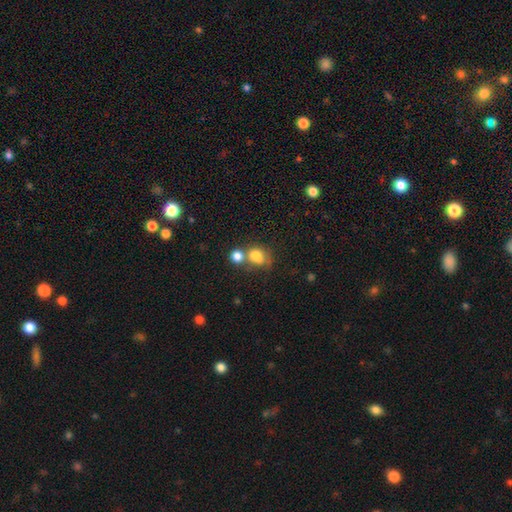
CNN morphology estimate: Smooth or featured?
  - smooth: 77% *
  - featured or disk: 12%
  - star or artifact: 11%
How rounded?
  - round: 65% *
  - in between: 34%
  - cigar-shaped: 1%
Merging?
  - merger: 47% *
  - none: 34%
  - minor disturbance: 12%
  - major disturbance: 7%